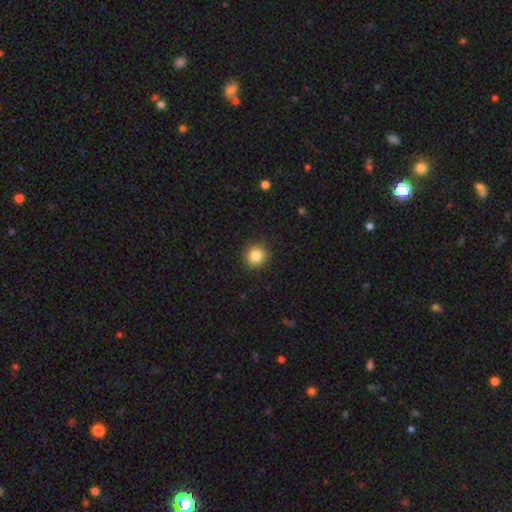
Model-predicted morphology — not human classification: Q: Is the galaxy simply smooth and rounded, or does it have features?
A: smooth — 84%.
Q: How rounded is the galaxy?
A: round — 92%.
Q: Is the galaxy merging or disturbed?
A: none — 91%.